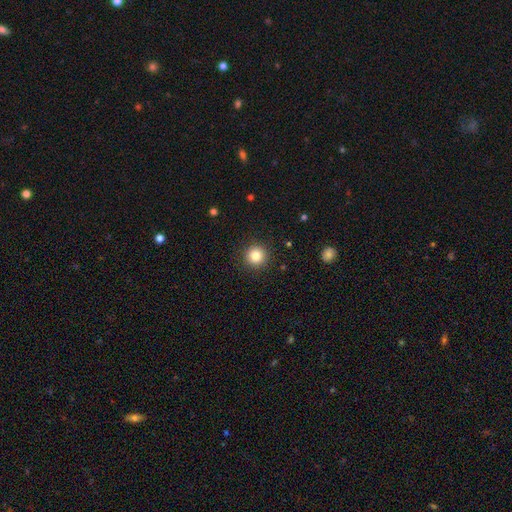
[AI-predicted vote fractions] Morphology: type=smooth (83%); roundness=round (95%); merging=none (92%).